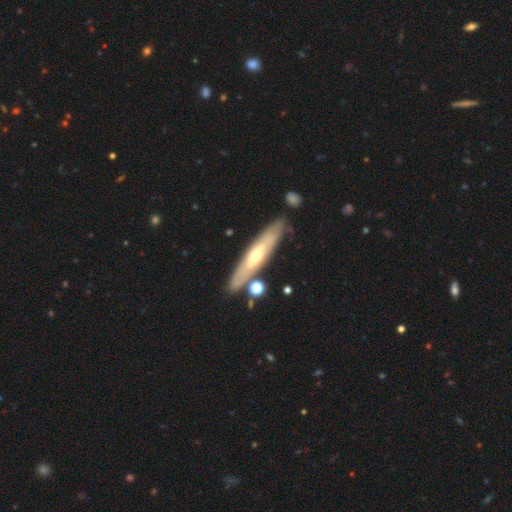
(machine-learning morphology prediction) featured or disk 70%, smooth 24%, star or artifact 6%. Down the decision tree: edge-on disk — yes (59%); merging — none (80%).